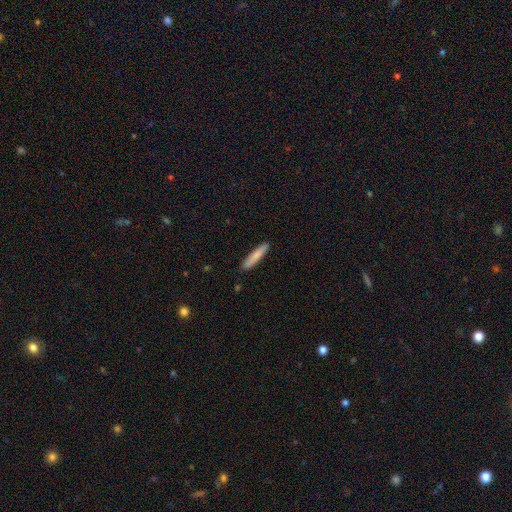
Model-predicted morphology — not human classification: smooth_or_featured: smooth (p=0.80) [alt: featured or disk p=0.14]
how_rounded: cigar-shaped (p=0.91) [alt: in between p=0.08]
merging: none (p=0.90) [alt: minor disturbance p=0.08]